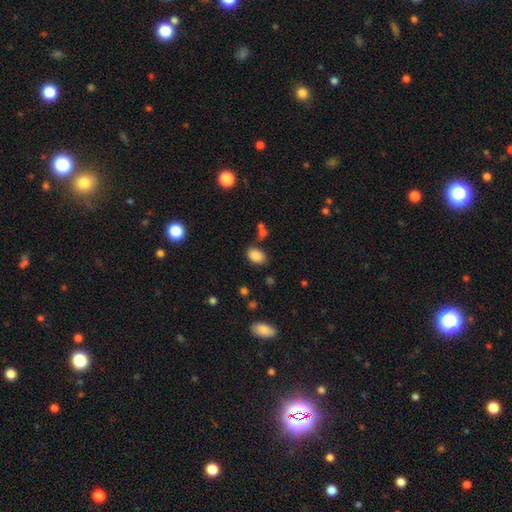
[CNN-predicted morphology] smooth 86%, star or artifact 9%, featured or disk 5%. Down the decision tree: how rounded — in between (86%); merging — none (78%).